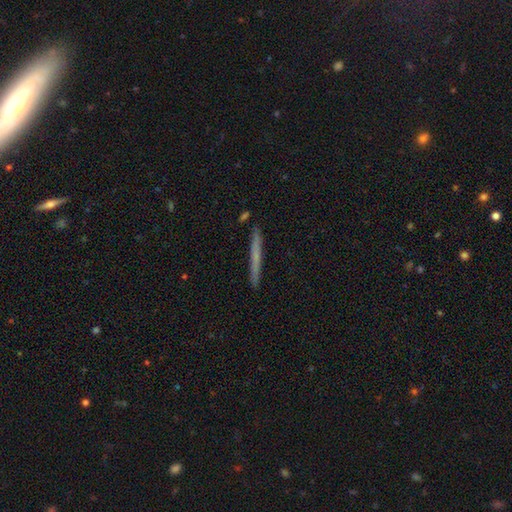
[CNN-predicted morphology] smooth 53%, featured or disk 41%, star or artifact 6%. Down the decision tree: how rounded — cigar-shaped (97%); merging — none (90%).